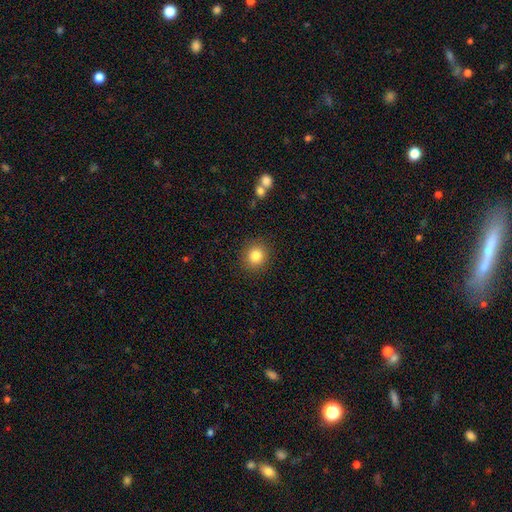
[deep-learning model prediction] smooth_or_featured: smooth (p=0.84) [alt: star or artifact p=0.10]
how_rounded: round (p=0.86) [alt: in between p=0.13]
merging: none (p=0.90) [alt: minor disturbance p=0.07]